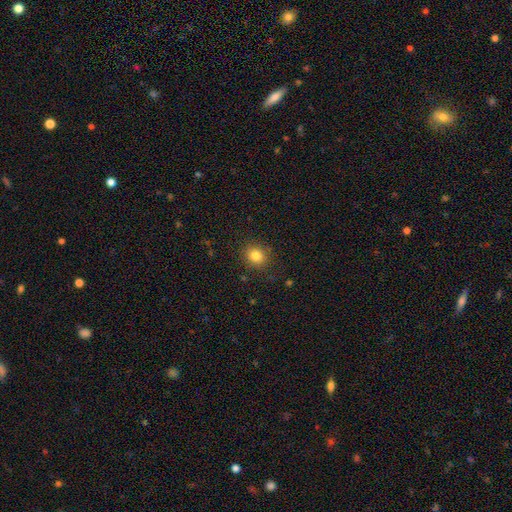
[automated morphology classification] type=smooth (82%); roundness=round (78%); merging=none (87%).